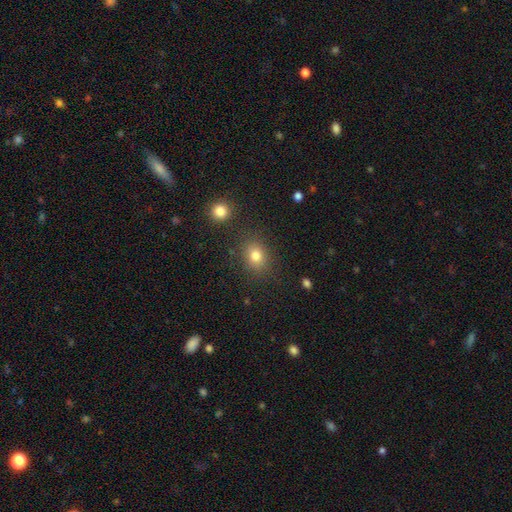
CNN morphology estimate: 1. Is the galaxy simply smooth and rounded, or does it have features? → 80% smooth, 13% star or artifact, 7% featured or disk.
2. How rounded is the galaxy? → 58% round, 41% in between, 1% cigar-shaped.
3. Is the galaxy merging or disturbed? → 83% none, 10% minor disturbance, 4% major disturbance, 4% merger.